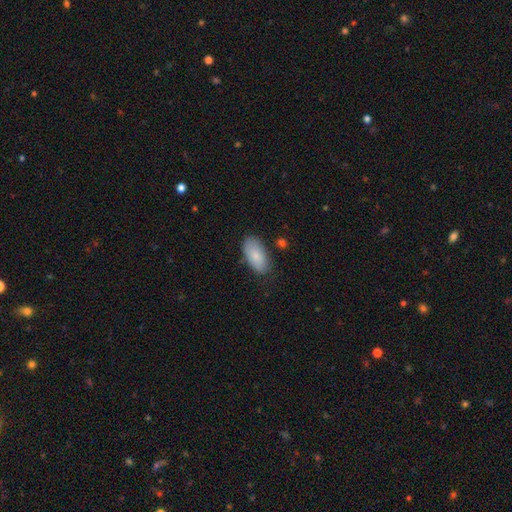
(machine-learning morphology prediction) type=smooth (82%); roundness=in between (94%); merging=none (77%).